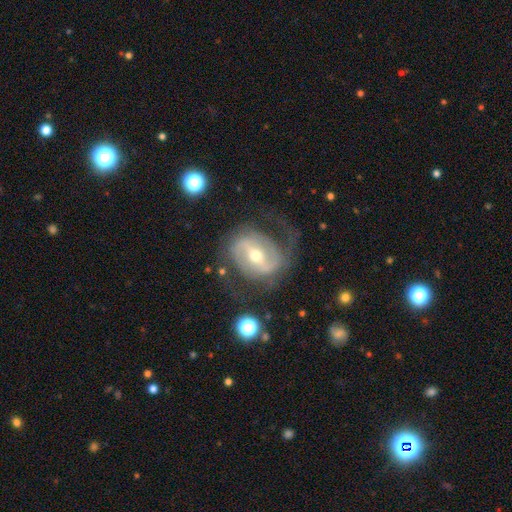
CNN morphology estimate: The model was most divided on "spiral winding": medium: 45%, loose: 30%, tight: 25%. More confident: edge-on disk — no (96%); spiral arms — yes (86%); smooth or featured — featured or disk (83%); spiral arm count — 2 (80%); merging — none (58%); bulge size — moderate (56%); bar — strong (51%).